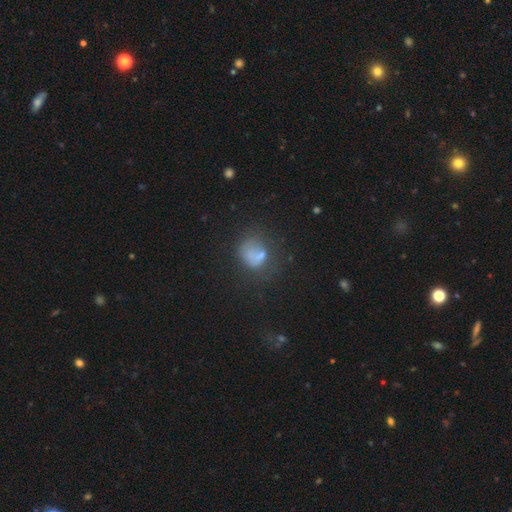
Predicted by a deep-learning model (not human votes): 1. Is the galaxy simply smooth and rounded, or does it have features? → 60% smooth, 23% featured or disk, 17% star or artifact.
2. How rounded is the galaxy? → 58% round, 41% in between, 1% cigar-shaped.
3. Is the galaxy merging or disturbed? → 39% none, 27% major disturbance, 22% minor disturbance, 13% merger.